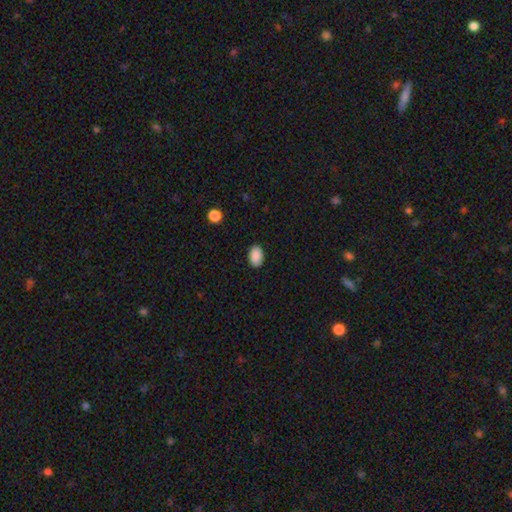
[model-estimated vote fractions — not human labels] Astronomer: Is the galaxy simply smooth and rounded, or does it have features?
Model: smooth — 89%.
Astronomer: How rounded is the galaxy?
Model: in between — 87%.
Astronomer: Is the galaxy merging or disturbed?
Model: none — 87%.